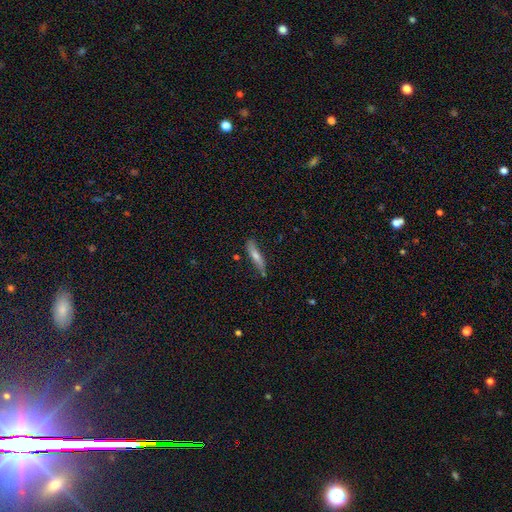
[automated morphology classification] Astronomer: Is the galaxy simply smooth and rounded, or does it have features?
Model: smooth — 51% (runner-up: featured or disk, 41%).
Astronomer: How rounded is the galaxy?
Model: cigar-shaped — 84%.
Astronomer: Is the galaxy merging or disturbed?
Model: none — 78%.